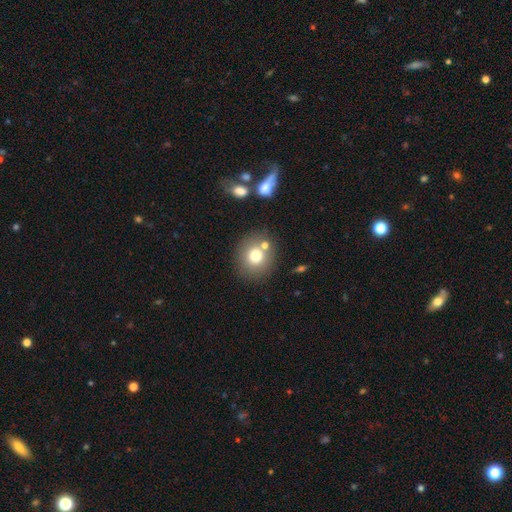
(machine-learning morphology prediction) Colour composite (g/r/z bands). It shows a smooth galaxy with no disk features (74%) that is round (79%). Merging: none (71%).